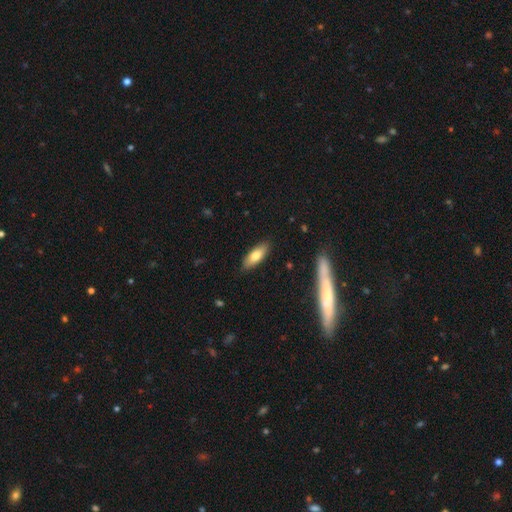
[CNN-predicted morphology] Smooth or featured: smooth — 77% (featured or disk — 17%)
How rounded: in between — 73% (cigar-shaped — 25%)
Merging: none — 86% (minor disturbance — 10%)